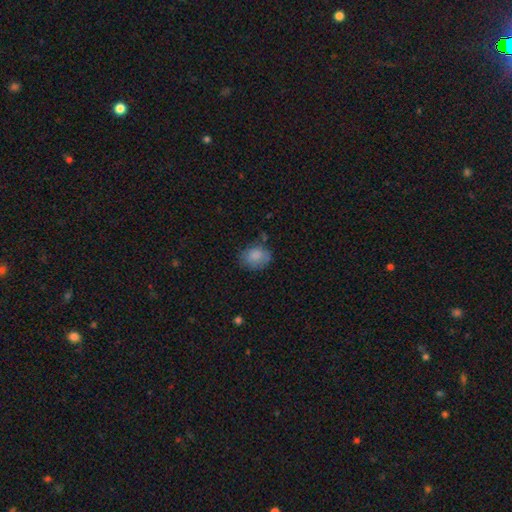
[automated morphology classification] smooth 82%, featured or disk 10%, star or artifact 8%. Down the decision tree: how rounded — in between (55%); merging — none (65%).